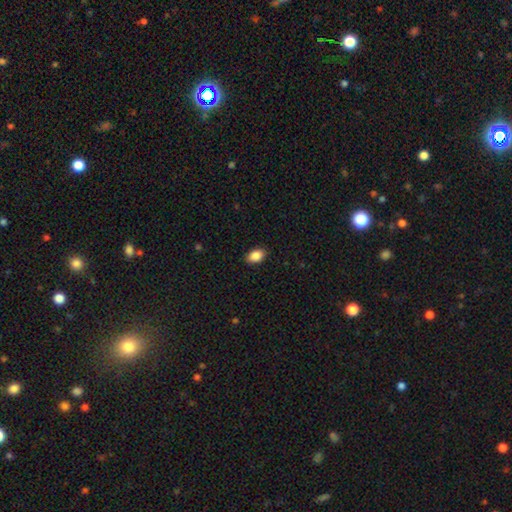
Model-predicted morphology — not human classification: Smooth or featured: smooth — 89% (star or artifact — 8%)
How rounded: in between — 86% (round — 13%)
Merging: none — 88% (minor disturbance — 9%)